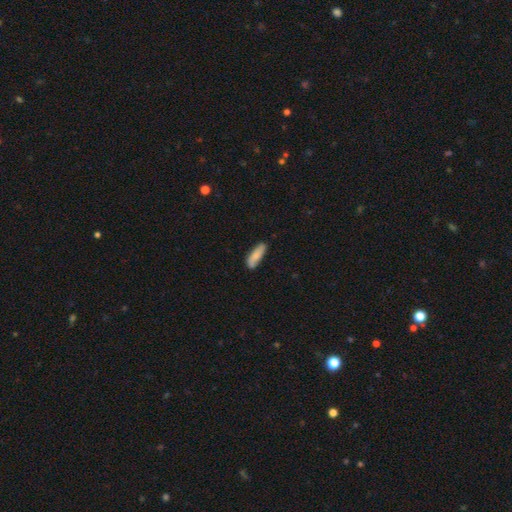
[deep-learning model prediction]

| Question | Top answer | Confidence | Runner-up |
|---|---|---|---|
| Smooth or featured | smooth | 80% | featured or disk (15%) |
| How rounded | in between | 50% | cigar-shaped (48%) |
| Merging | none | 80% | minor disturbance (16%) |